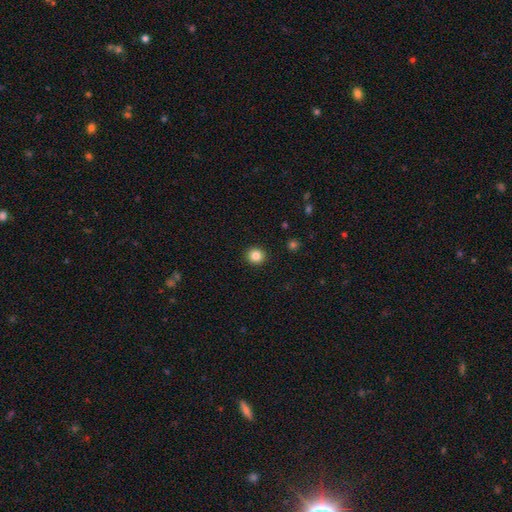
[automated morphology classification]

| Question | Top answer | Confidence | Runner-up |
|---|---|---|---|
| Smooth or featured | smooth | 85% | star or artifact (11%) |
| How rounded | round | 89% | in between (10%) |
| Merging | none | 93% | minor disturbance (5%) |